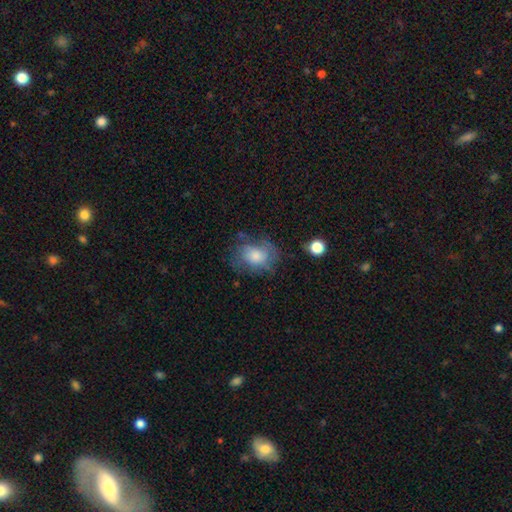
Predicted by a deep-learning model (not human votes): This is possibly a smooth galaxy (60%). How rounded: possibly in between (53%). Merging: possibly none (59%).